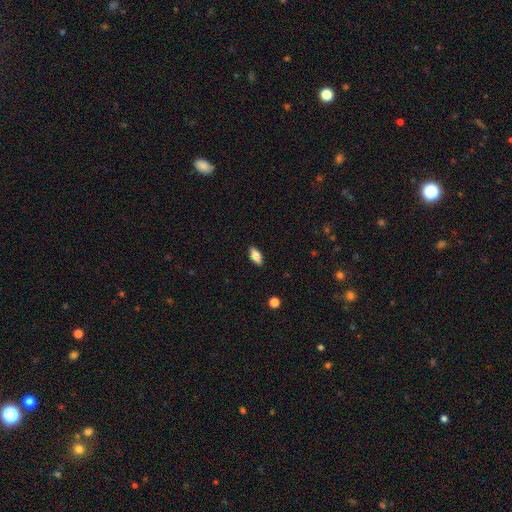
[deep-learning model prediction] Smooth or featured?
  - smooth: 81% *
  - featured or disk: 12%
  - star or artifact: 7%
How rounded?
  - in between: 88% *
  - cigar-shaped: 9%
  - round: 3%
Merging?
  - none: 89% *
  - minor disturbance: 8%
  - major disturbance: 2%
  - merger: 1%